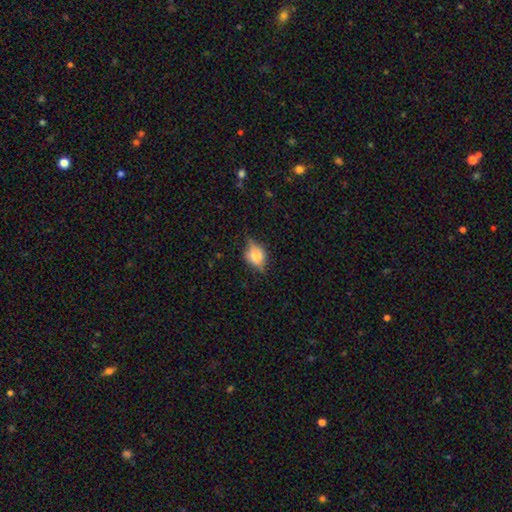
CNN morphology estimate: A smooth galaxy with no disk features (53%) that is in between round and cigar-shaped (48%, tied with round). Merging: none (69%).